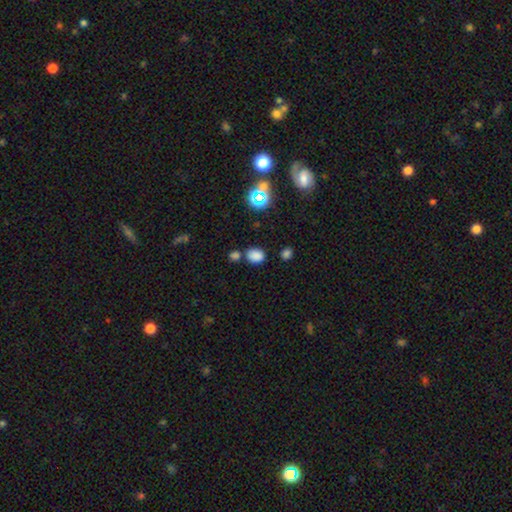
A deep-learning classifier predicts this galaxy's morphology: This appears to be a smooth galaxy with no disk features (80%) that is in between round and cigar-shaped (68%). Merging: none (69%).